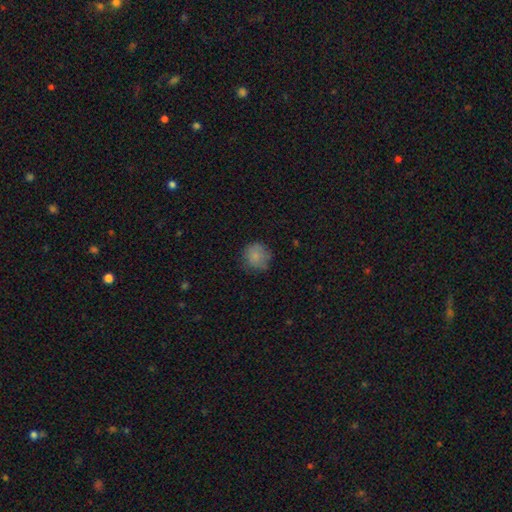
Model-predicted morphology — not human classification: Q: Smooth or featured?
A: smooth (81%); runner-up: star or artifact (10%)
Q: How rounded?
A: round (91%); runner-up: in between (8%)
Q: Merging?
A: none (73%); runner-up: minor disturbance (20%)